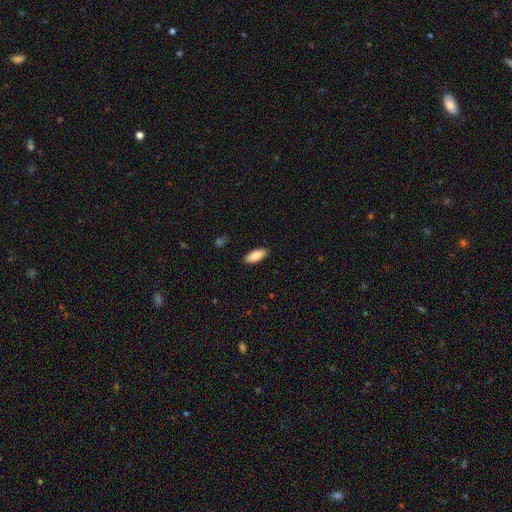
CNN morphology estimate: smooth 88%, featured or disk 6%, star or artifact 6%. Down the decision tree: how rounded — in between (84%); merging — none (88%).